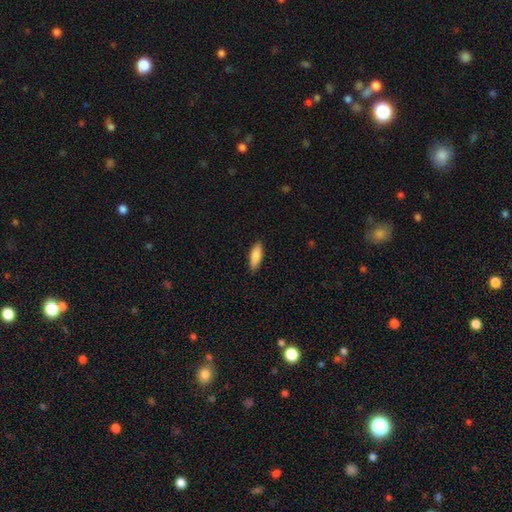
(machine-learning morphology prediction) smooth_or_featured: smooth (p=0.87) [alt: featured or disk p=0.08]
how_rounded: in between (p=0.61) [alt: cigar-shaped p=0.37]
merging: none (p=0.88) [alt: minor disturbance p=0.09]